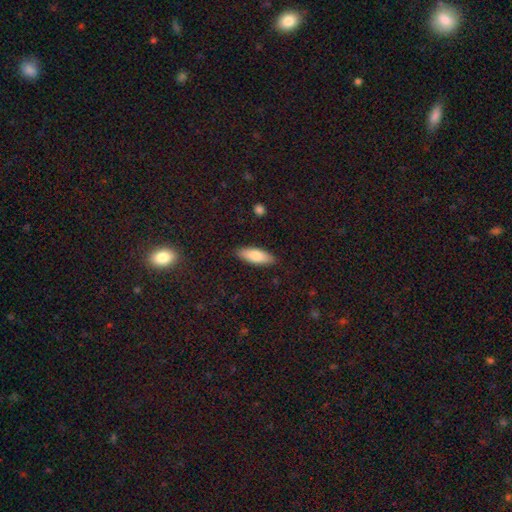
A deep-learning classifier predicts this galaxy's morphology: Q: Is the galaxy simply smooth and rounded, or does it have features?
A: smooth — 81%.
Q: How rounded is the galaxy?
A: in between — 66%.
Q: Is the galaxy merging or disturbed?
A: none — 88%.